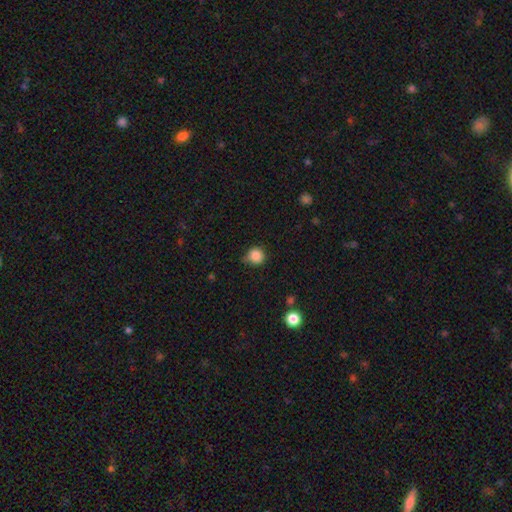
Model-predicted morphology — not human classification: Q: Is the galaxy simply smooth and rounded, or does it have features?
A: smooth — 86%.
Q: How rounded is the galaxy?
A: round — 90%.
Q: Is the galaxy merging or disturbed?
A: none — 68%.